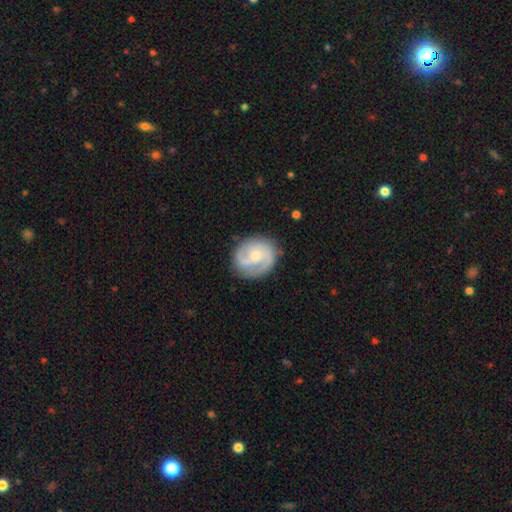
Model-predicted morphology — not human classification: Smooth or featured? Predicted: featured or disk (p=0.81). Edge-on disk? Predicted: no (p=0.98). Bar? Predicted: no (p=0.57). Spiral arms? Predicted: yes (p=0.95). Spiral winding? Predicted: medium (p=0.48). Spiral arm count? Predicted: 2 (p=0.80). Bulge size? Predicted: small (p=0.59). Merging? Predicted: none (p=0.79).